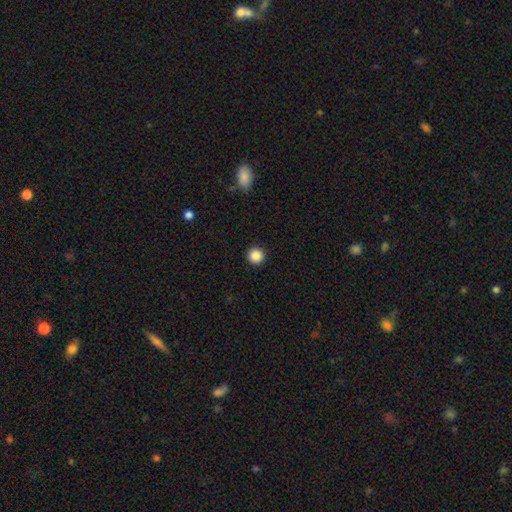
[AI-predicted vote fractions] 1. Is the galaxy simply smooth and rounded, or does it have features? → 88% smooth, 10% star or artifact, 3% featured or disk.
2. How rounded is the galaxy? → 96% round, 3% in between, 1% cigar-shaped.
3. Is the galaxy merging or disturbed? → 93% none, 4% minor disturbance, 2% major disturbance, 1% merger.